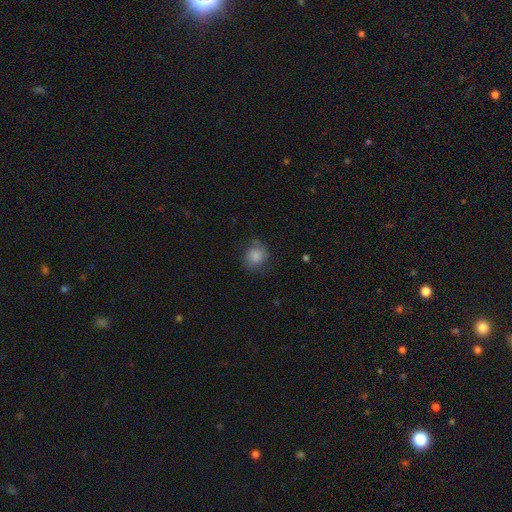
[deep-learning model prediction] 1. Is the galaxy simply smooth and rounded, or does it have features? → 75% smooth, 15% featured or disk, 9% star or artifact.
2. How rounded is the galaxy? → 75% round, 24% in between, 1% cigar-shaped.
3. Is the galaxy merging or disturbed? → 68% none, 22% minor disturbance, 9% major disturbance, 1% merger.